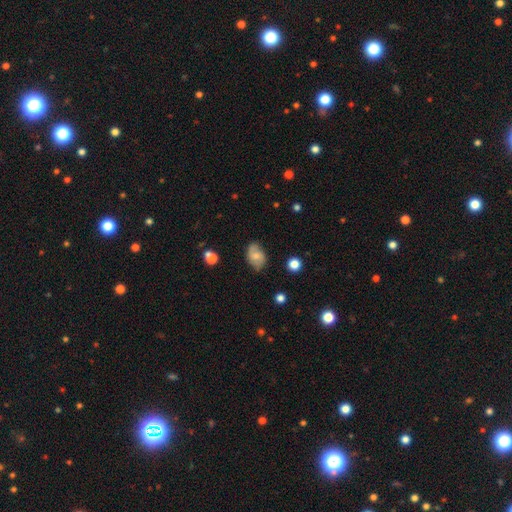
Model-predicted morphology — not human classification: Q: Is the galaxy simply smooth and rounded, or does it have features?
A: smooth — 50%.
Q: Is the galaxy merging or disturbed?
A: none — 69%.